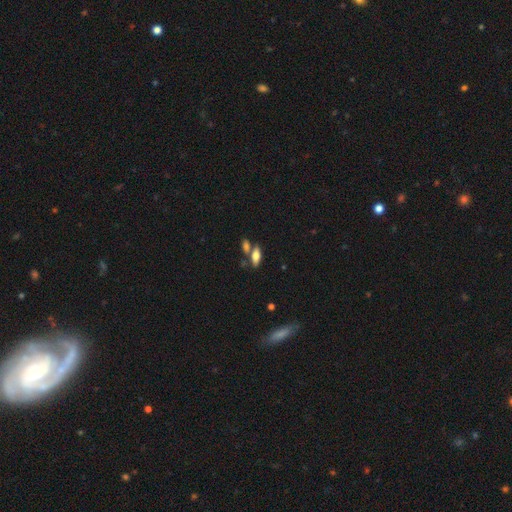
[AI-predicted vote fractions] Smooth or featured? Predicted: smooth (p=0.64). How rounded? Predicted: in between (p=0.75). Merging? Predicted: none (p=0.60).